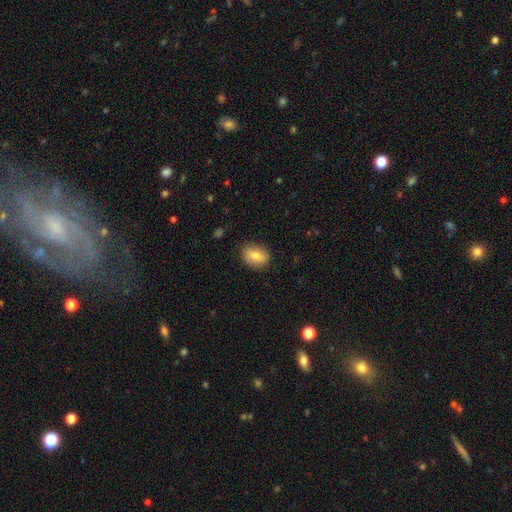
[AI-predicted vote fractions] Smooth or featured: smooth — 75% (featured or disk — 17%)
How rounded: in between — 71% (round — 27%)
Merging: none — 84% (minor disturbance — 12%)